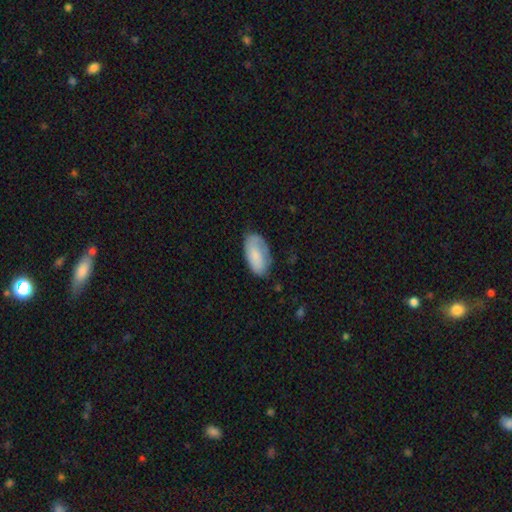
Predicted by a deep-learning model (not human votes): This is likely a smooth galaxy (77%). How rounded: clearly in between (94%). Merging: likely none (67%).